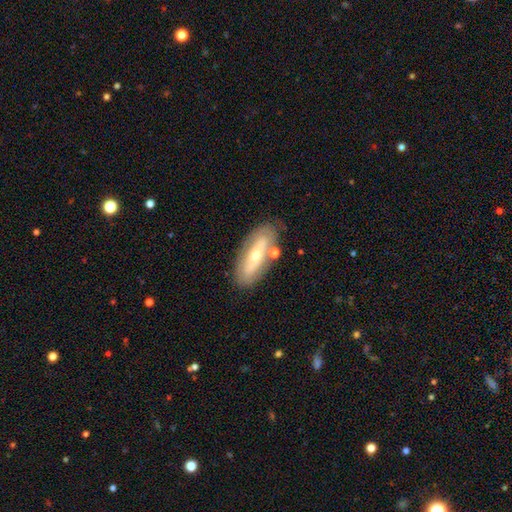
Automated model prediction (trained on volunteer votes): smooth-or-featured: featured or disk: 56% | smooth: 38% | star or artifact: 7%
  disk-edge-on: no: 70% | yes: 30%
  merging: none: 76% | minor disturbance: 13% | merger: 6% | major disturbance: 4%